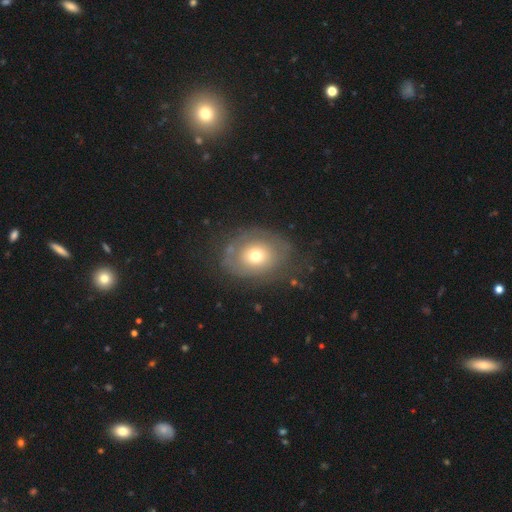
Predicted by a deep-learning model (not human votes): This appears to be a smooth galaxy with no disk features (49%). Merging: none (65%).